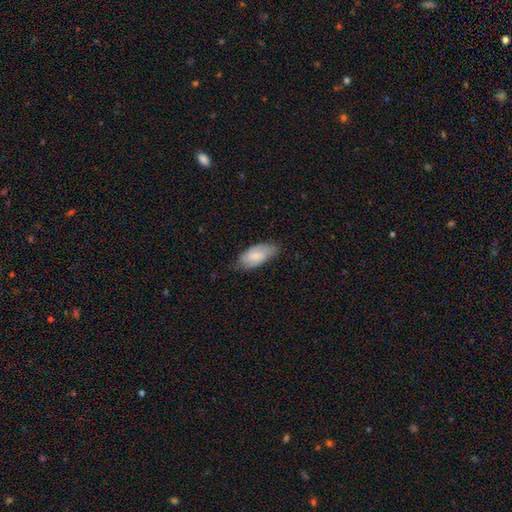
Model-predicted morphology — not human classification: A smooth galaxy with no disk features (63%) that is in between round and cigar-shaped (89%). Merging: none (67%).